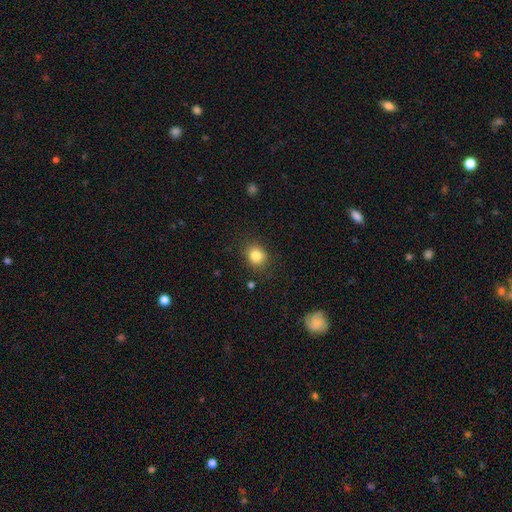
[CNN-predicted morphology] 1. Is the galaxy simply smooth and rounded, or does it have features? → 83% smooth, 11% star or artifact, 6% featured or disk.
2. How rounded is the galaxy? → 67% round, 32% in between, 1% cigar-shaped.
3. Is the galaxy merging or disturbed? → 84% none, 12% minor disturbance, 3% major disturbance, 2% merger.